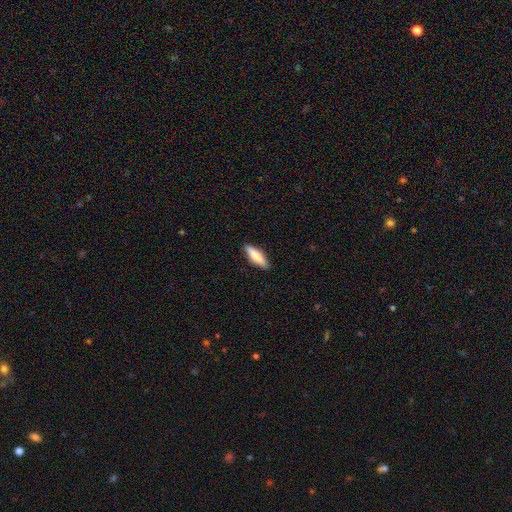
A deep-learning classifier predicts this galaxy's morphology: Smooth or featured? Predicted: smooth (p=0.82). How rounded? Predicted: cigar-shaped (p=0.56). Merging? Predicted: none (p=0.89).